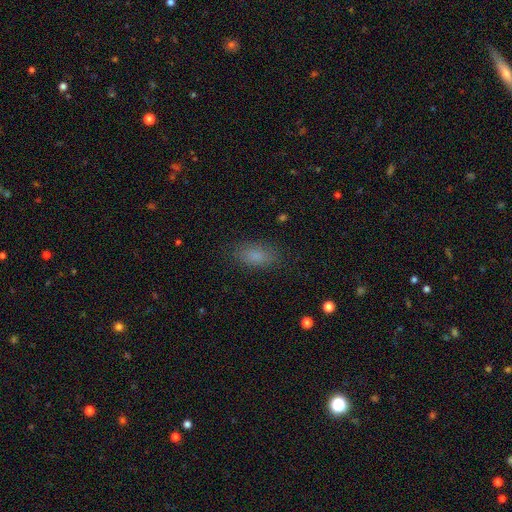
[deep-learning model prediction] smooth_or_featured: smooth (p=0.82) [alt: star or artifact p=0.10]
how_rounded: in between (p=0.88) [alt: cigar-shaped p=0.07]
merging: none (p=0.83) [alt: minor disturbance p=0.12]